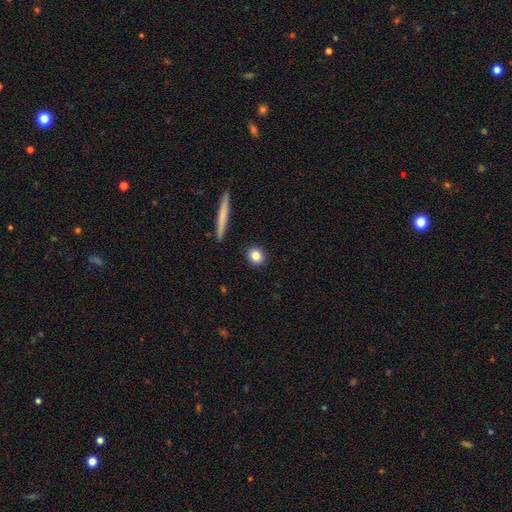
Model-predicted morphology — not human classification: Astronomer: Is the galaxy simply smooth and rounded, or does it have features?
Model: smooth — 83%.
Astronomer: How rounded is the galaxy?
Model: round — 74%.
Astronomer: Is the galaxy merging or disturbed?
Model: none — 91%.